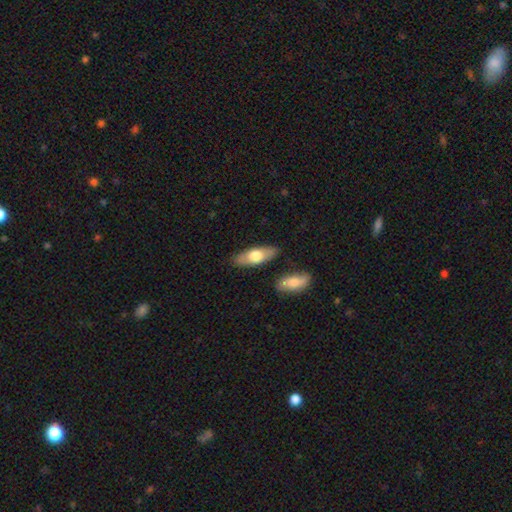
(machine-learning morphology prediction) The model was most divided on "smooth or featured": smooth: 63%, featured or disk: 32%, star or artifact: 5%. More confident: merging — none (83%); how rounded — in between (69%).